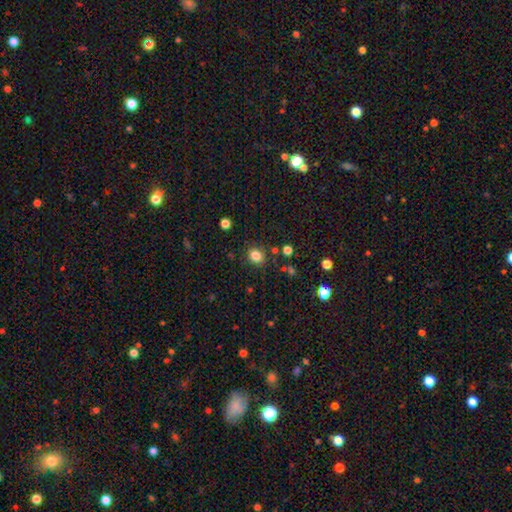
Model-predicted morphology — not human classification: This is clearly a smooth galaxy (83%). How rounded: possibly round (59%). Merging: clearly none (83%).